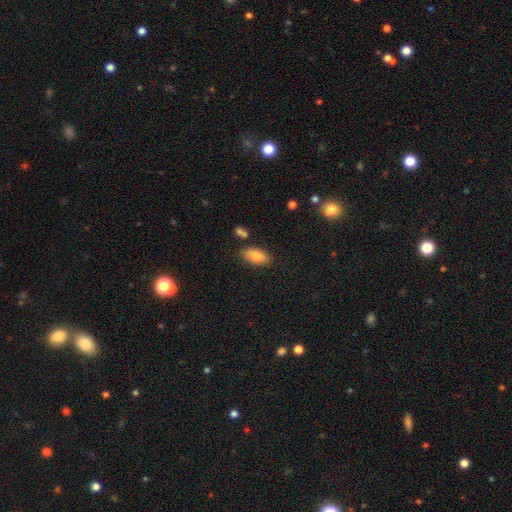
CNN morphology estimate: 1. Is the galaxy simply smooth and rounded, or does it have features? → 84% smooth, 9% featured or disk, 8% star or artifact.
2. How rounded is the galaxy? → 85% in between, 13% cigar-shaped, 3% round.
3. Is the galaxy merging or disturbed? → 79% none, 13% minor disturbance, 4% merger, 3% major disturbance.